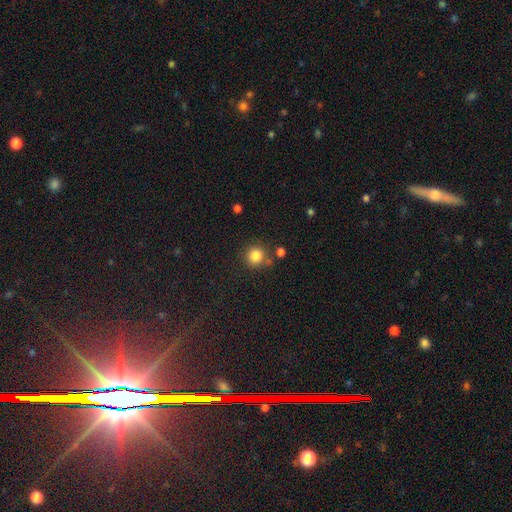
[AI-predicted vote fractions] This appears to be a smooth galaxy with no disk features (84%) that is round (91%). Merging: none (76%).